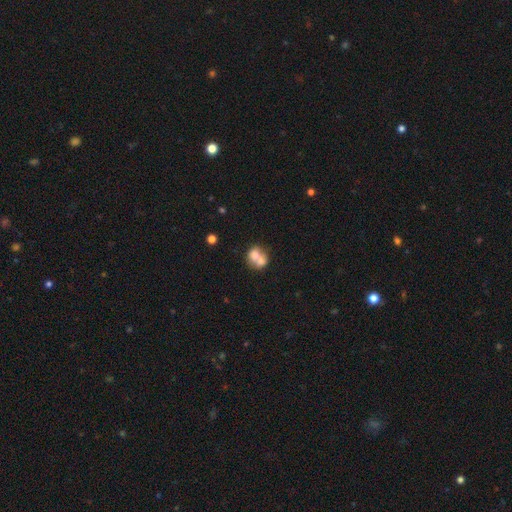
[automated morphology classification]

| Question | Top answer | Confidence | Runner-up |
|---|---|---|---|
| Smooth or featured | smooth | 66% | featured or disk (24%) |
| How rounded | round | 64% | in between (35%) |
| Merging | merger | 62% | none (25%) |